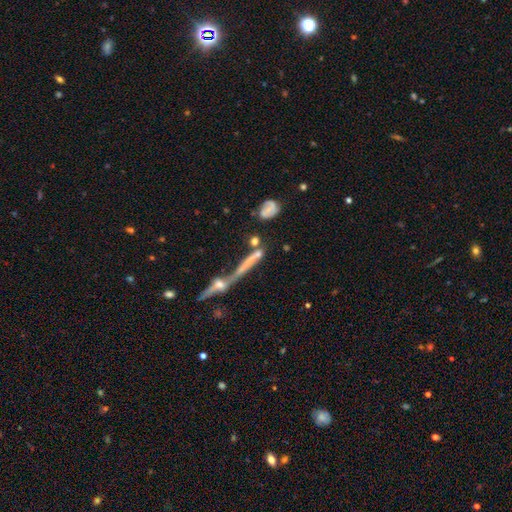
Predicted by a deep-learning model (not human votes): This is possibly a featured or disk galaxy (49%). Merging: marginally merger (41%).